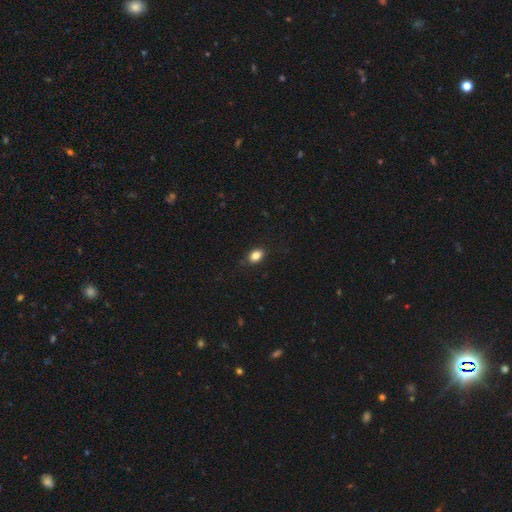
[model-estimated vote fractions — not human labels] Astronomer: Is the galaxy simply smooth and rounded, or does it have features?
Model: smooth — 85%.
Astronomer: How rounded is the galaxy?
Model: in between — 74%.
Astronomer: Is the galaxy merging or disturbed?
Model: none — 86%.